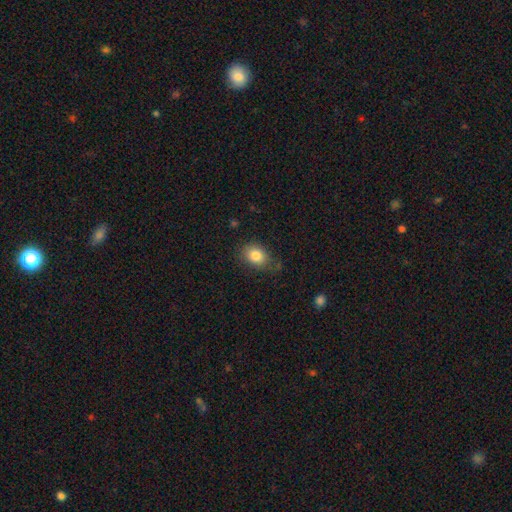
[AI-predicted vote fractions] Smooth or featured?
  - smooth: 83% *
  - star or artifact: 9%
  - featured or disk: 8%
How rounded?
  - in between: 66% *
  - round: 32%
  - cigar-shaped: 1%
Merging?
  - none: 74% *
  - minor disturbance: 19%
  - major disturbance: 5%
  - merger: 2%